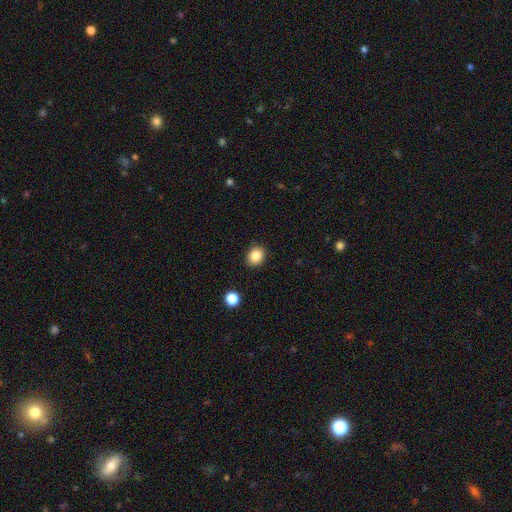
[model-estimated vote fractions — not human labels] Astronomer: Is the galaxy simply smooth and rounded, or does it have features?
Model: smooth — 87%.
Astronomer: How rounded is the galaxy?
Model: round — 54% (runner-up: in between, 46%).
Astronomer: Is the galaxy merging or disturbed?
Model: none — 88%.